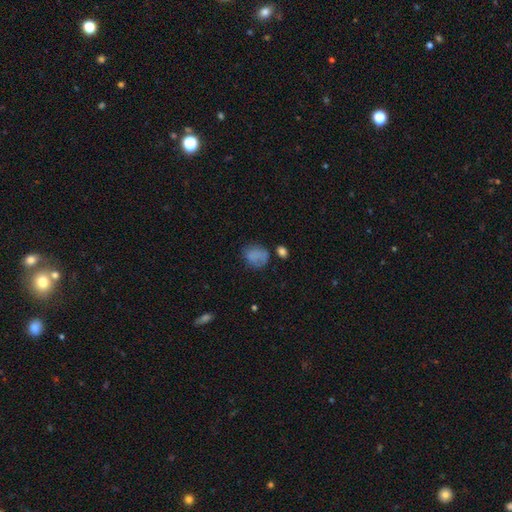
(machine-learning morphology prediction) A smooth galaxy with no disk features (76%) that is in between round and cigar-shaped (51%).

Vote fractions:
- Smooth or featured? smooth: 76% / featured or disk: 12% / star or artifact: 11%
- How rounded? in between: 51% / round: 48% / cigar-shaped: 1%
- Merging? none: 51% / minor disturbance: 28% / major disturbance: 15% / merger: 6%